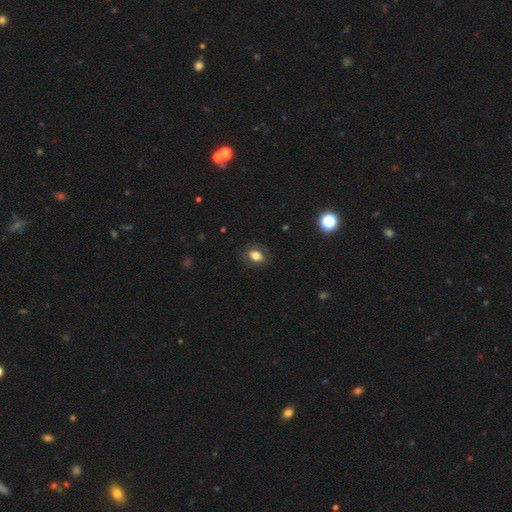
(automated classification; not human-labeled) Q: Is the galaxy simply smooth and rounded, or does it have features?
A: smooth — 79%.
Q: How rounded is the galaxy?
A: in between — 70%.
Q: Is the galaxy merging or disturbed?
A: none — 84%.